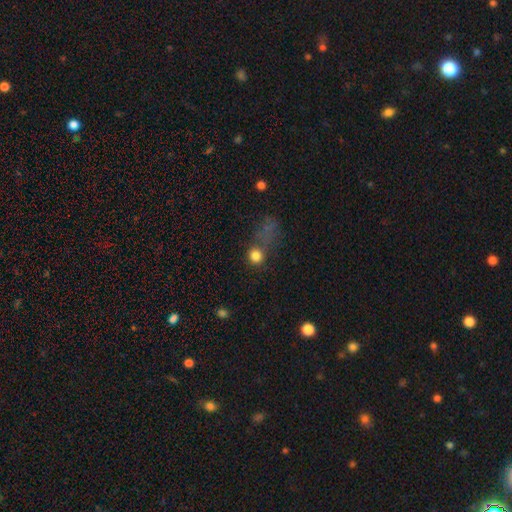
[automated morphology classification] smooth-or-featured: smooth: 79% | star or artifact: 15% | featured or disk: 7%
  how-rounded: round: 86% | in between: 12% | cigar-shaped: 1%
  merging: none: 56% | major disturbance: 16% | minor disturbance: 15% | merger: 13%